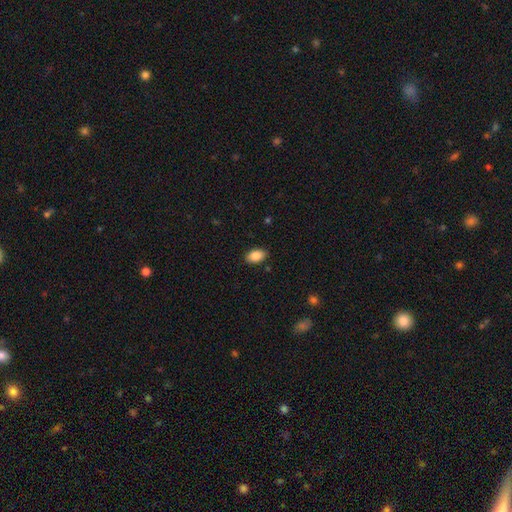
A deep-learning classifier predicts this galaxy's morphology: This appears to be a smooth galaxy with no disk features (87%) that is in between round and cigar-shaped (90%). Merging: none (88%).